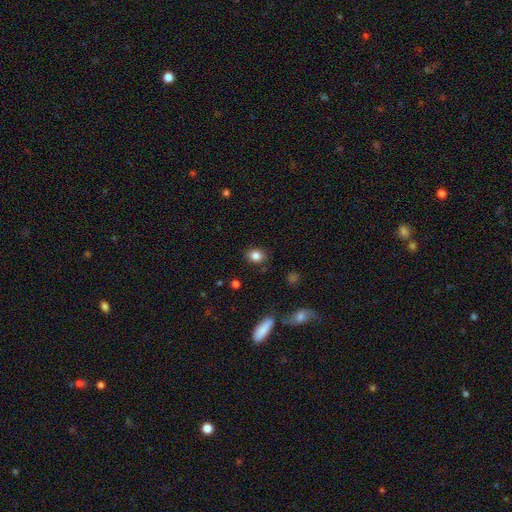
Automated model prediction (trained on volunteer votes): A smooth galaxy with no disk features (84%) that is round (53%). Merging: none (86%).